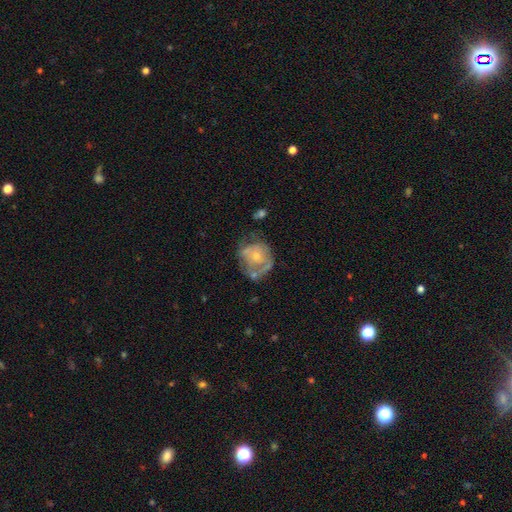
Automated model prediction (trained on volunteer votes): Overall: featured or disk (57%; smooth 36%). Edge-on disk: no (98%). Bar: no (84%). Spiral arms: no (56%; yes 44%). Bulge size: small (54%; moderate 38%). Merging: none (38%; minor disturbance 27%).